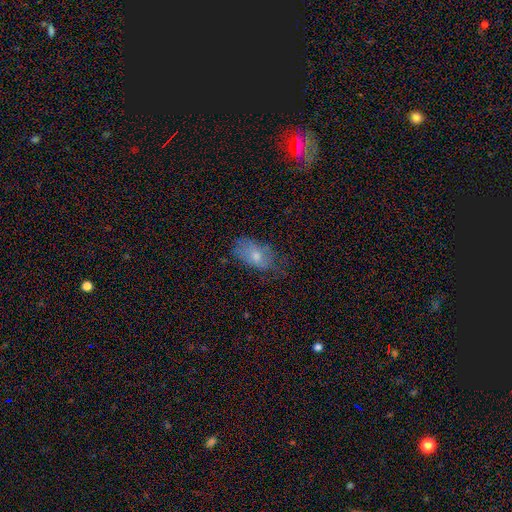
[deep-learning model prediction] smooth_or_featured: smooth (p=0.59) [alt: featured or disk p=0.30]
how_rounded: in between (p=0.89) [alt: round p=0.08]
merging: none (p=0.56) [alt: minor disturbance p=0.29]